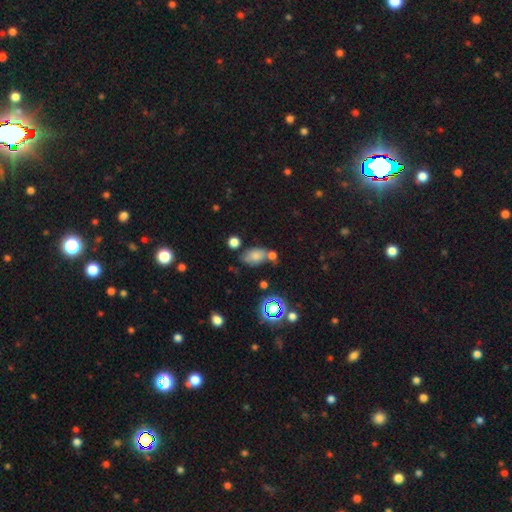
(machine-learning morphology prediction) This is likely a smooth galaxy (69%). How rounded: clearly in between (84%). Merging: possibly none (47%).